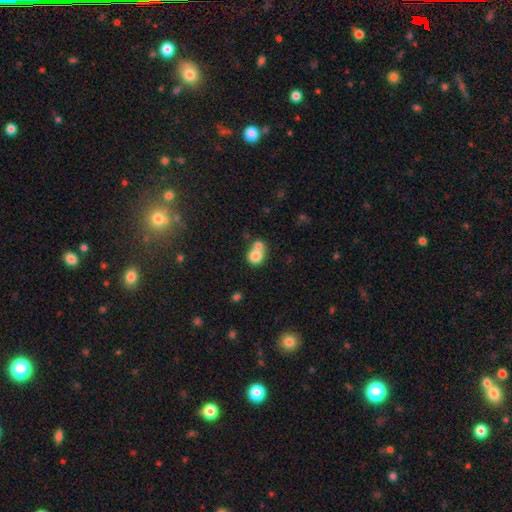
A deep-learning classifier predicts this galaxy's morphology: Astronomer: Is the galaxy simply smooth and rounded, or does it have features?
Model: smooth — 79%.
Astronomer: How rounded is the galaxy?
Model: round — 77%.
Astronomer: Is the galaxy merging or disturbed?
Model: merger — 56% (runner-up: none, 34%).